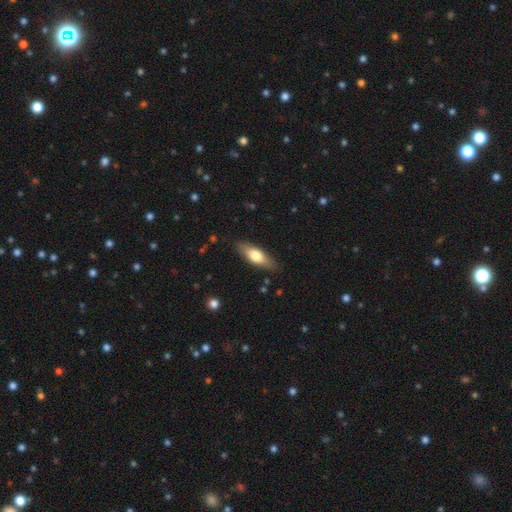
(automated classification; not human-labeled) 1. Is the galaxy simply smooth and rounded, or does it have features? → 66% smooth, 28% featured or disk, 6% star or artifact.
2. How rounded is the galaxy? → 64% in between, 34% cigar-shaped, 3% round.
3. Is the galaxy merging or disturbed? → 85% none, 11% minor disturbance, 2% major disturbance, 1% merger.